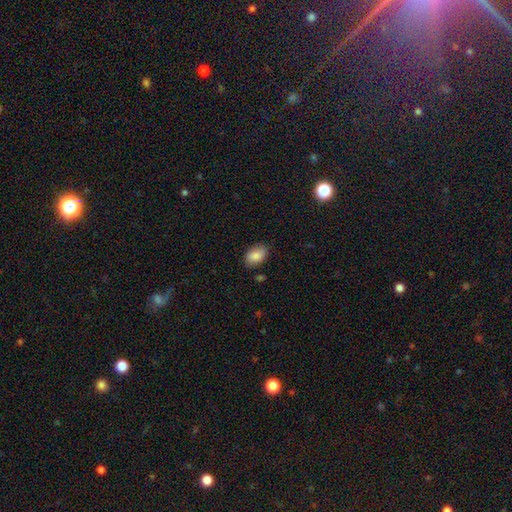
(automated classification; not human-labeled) Overall: smooth (87%). How rounded: in between (87%). Merging: none (81%).